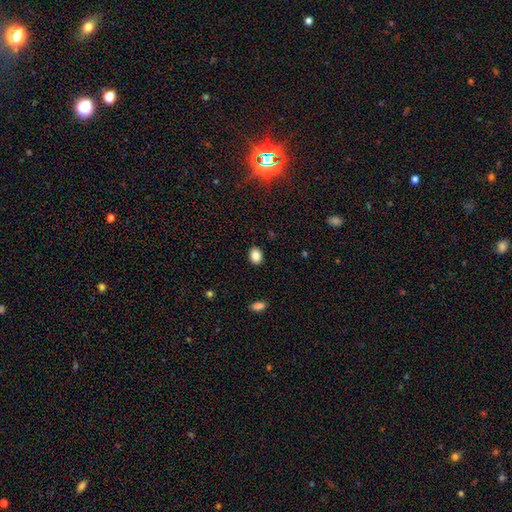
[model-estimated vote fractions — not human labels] Smooth or featured? Predicted: smooth (p=0.86). How rounded? Predicted: in between (p=0.65). Merging? Predicted: none (p=0.89).